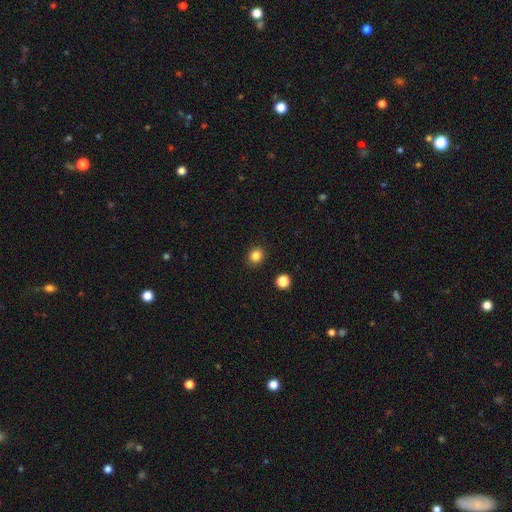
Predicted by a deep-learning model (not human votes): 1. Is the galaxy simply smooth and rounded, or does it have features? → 84% smooth, 12% star or artifact, 4% featured or disk.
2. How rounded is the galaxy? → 80% round, 19% in between, 1% cigar-shaped.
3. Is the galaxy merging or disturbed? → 91% none, 6% minor disturbance, 2% major disturbance, 1% merger.